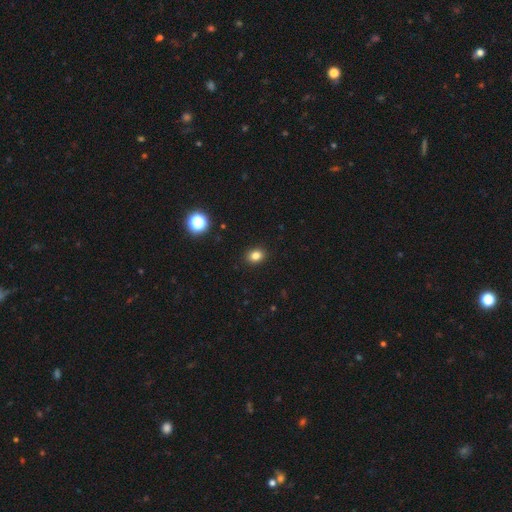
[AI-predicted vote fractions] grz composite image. It shows a smooth galaxy with no disk features (82%) that is in between round and cigar-shaped (51%). Merging: none (91%).